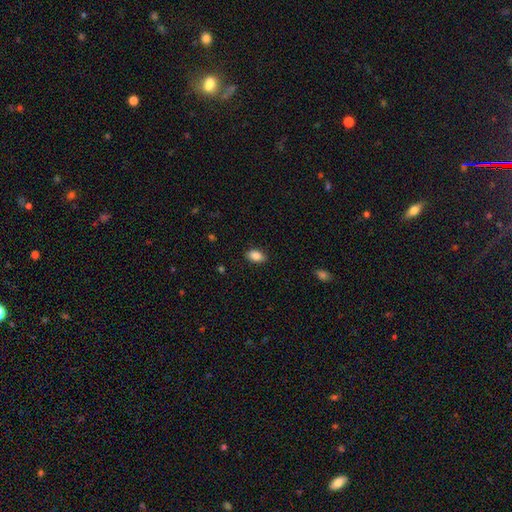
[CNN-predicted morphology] This is clearly a smooth galaxy (87%). How rounded: clearly in between (90%). Merging: clearly none (88%).